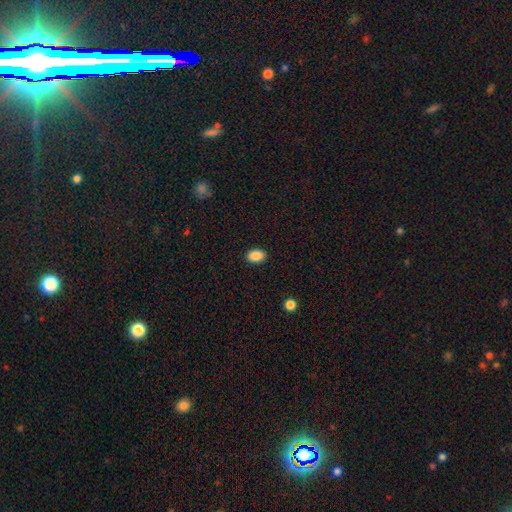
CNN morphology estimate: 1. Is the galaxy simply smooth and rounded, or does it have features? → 88% smooth, 8% star or artifact, 4% featured or disk.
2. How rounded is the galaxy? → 83% in between, 16% round, 1% cigar-shaped.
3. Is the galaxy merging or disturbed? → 90% none, 7% minor disturbance, 2% major disturbance, 1% merger.